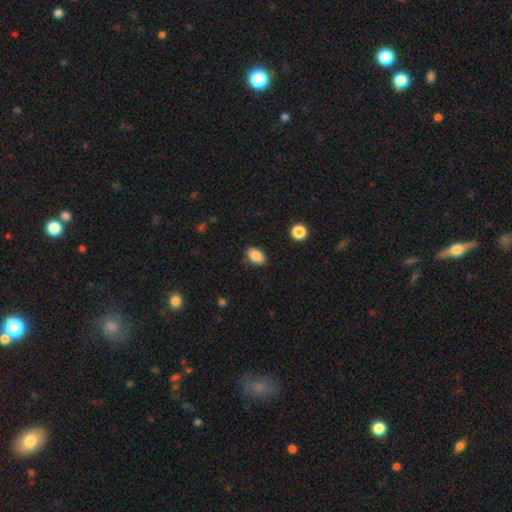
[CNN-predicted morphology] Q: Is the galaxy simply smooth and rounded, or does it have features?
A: smooth — 88%.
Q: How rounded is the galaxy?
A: in between — 89%.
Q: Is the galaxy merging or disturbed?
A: none — 84%.